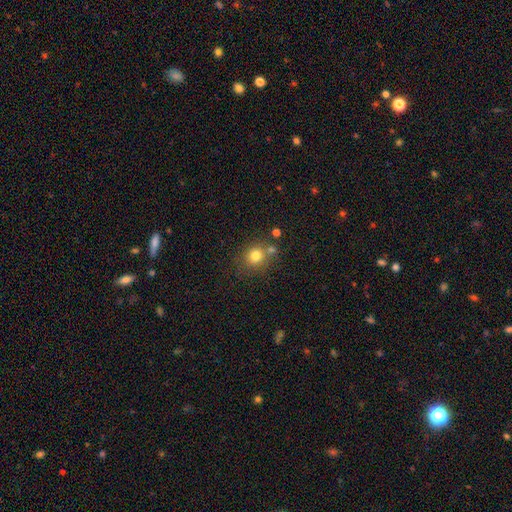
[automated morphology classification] A smooth galaxy with no disk features (77%) that is round (81%).

Vote fractions:
- Smooth or featured? smooth: 77% / star or artifact: 13% / featured or disk: 9%
- How rounded? round: 81% / in between: 18% / cigar-shaped: 1%
- Merging? none: 66% / merger: 18% / minor disturbance: 12% / major disturbance: 4%